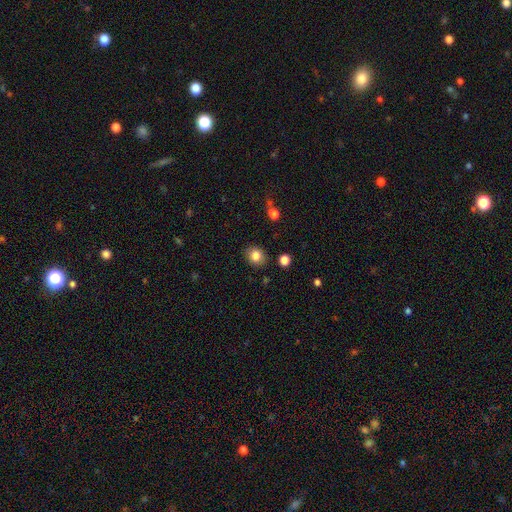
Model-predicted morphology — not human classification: Overall: smooth (84%). How rounded: round (64%; in between 35%). Merging: none (87%).